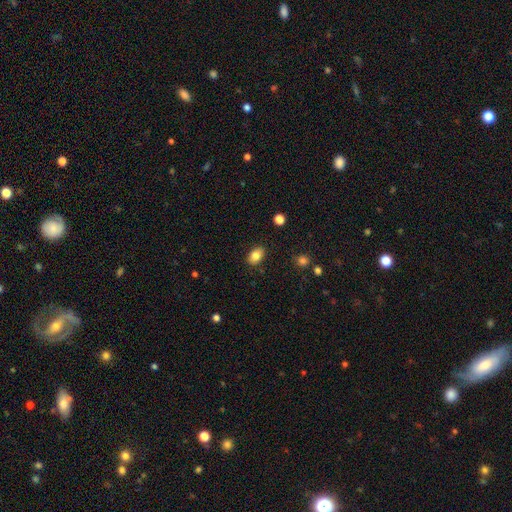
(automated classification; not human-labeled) The model was most divided on "smooth or featured": smooth: 83%, featured or disk: 9%, star or artifact: 9%. More confident: merging — none (87%); how rounded — in between (86%).